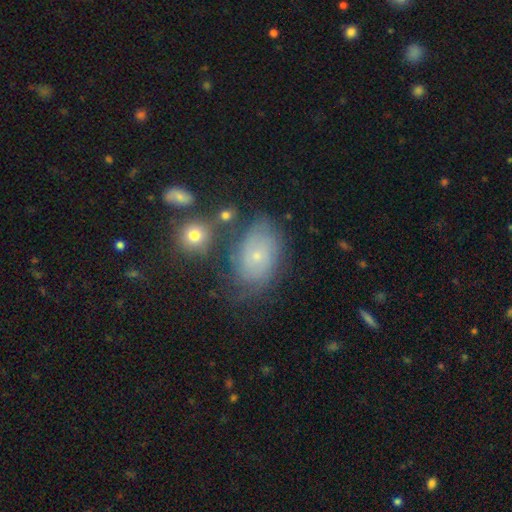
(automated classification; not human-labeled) Smooth or featured: featured or disk — 58% (smooth — 32%)
Edge-on disk: no — 95% (yes — 5%)
Bar: no — 82% (weak — 16%)
Spiral arms: yes — 79% (no — 21%)
Bulge size: small — 78% (moderate — 18%)
Merging: none — 60% (minor disturbance — 23%)